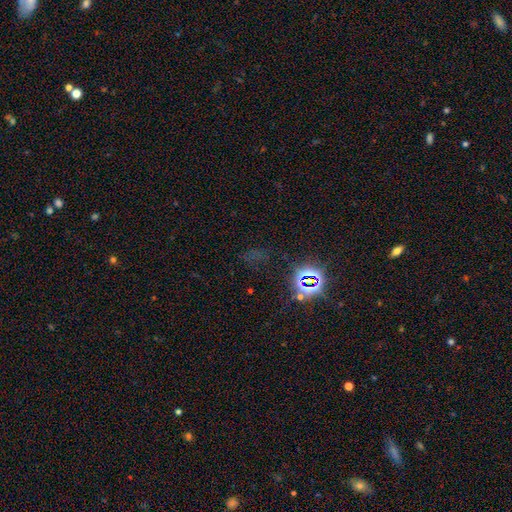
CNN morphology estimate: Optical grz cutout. It shows a star or artifact, not a galaxy (73%).